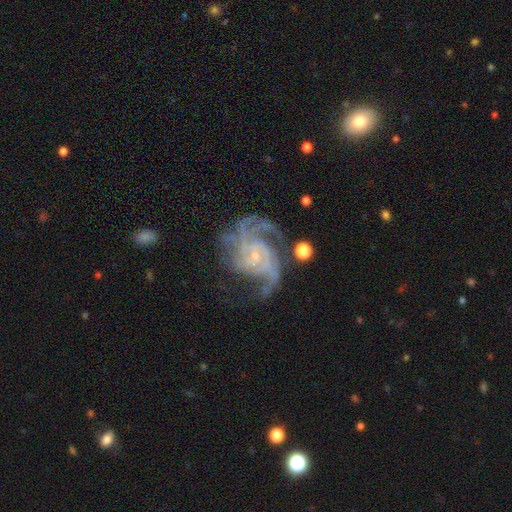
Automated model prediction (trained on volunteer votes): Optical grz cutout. It shows a featured or disk galaxy (91%) with no bar (59%), 3 (34%) medium (47%) spiral arms (98%) and a small central bulge (79%). Merging: none (55%).